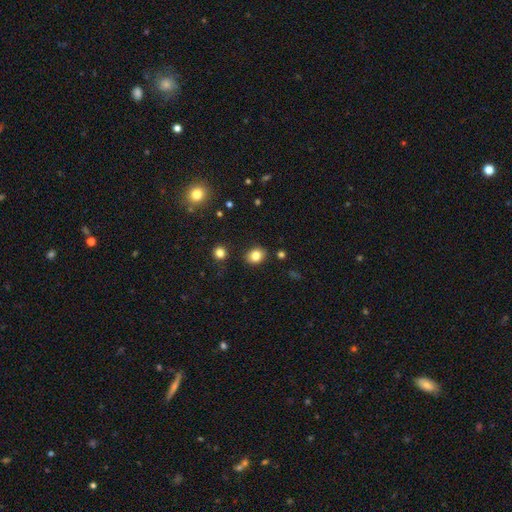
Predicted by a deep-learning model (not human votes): smooth_or_featured: smooth (p=0.83) [alt: star or artifact p=0.11]
how_rounded: round (p=0.50) [alt: in between p=0.49]
merging: none (p=0.87) [alt: minor disturbance p=0.09]